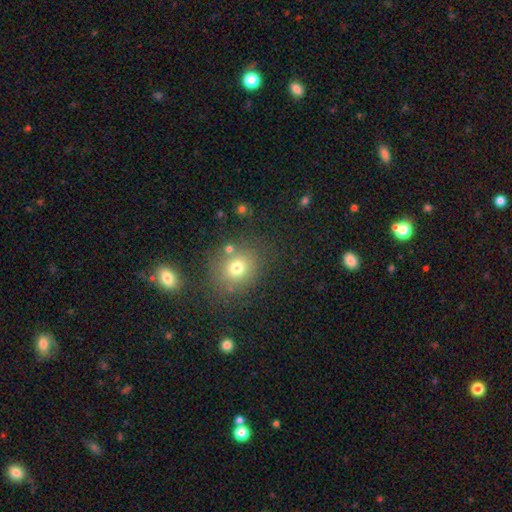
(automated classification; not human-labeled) The model was most divided on "smooth or featured": smooth: 63%, star or artifact: 28%, featured or disk: 10%. More confident: merging — none (81%); how rounded — round (68%).